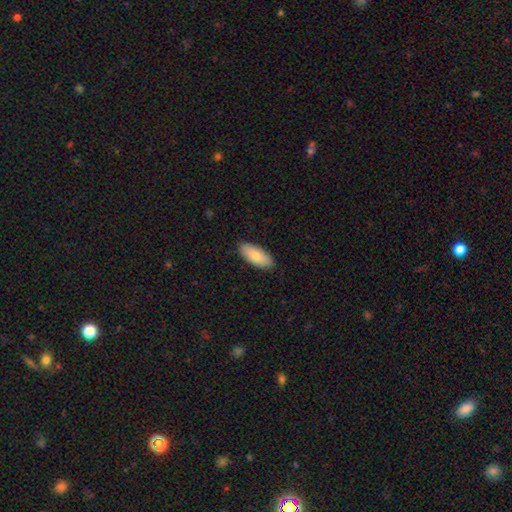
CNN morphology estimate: type=smooth (80%); roundness=in between (88%); merging=none (87%).